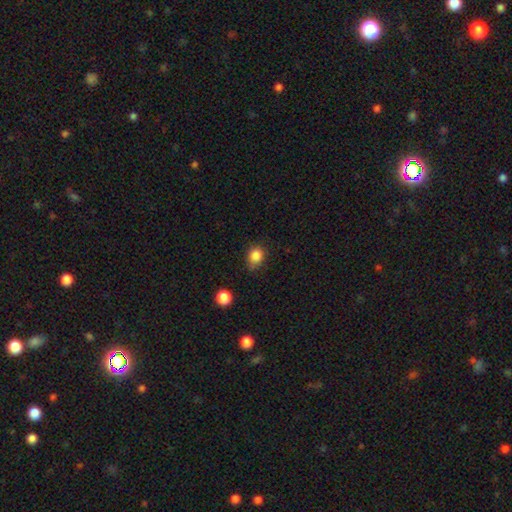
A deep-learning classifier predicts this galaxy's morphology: Q: Smooth or featured?
A: smooth (85%); runner-up: star or artifact (11%)
Q: How rounded?
A: round (64%); runner-up: in between (35%)
Q: Merging?
A: none (69%); runner-up: minor disturbance (23%)